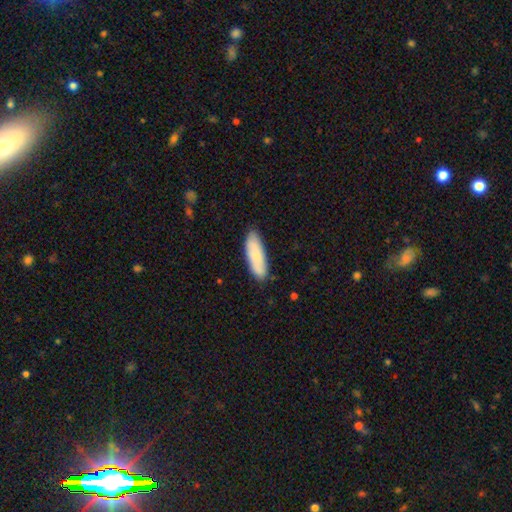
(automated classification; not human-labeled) smooth 80%, featured or disk 14%, star or artifact 6%. Down the decision tree: how rounded — in between (54%); merging — none (85%).